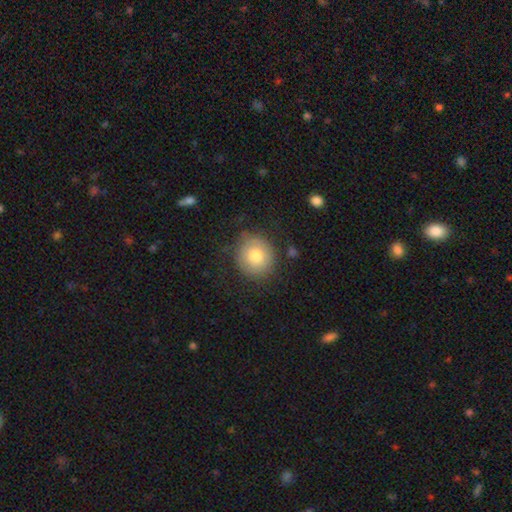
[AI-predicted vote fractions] Smooth or featured? Predicted: smooth (p=0.74). How rounded? Predicted: round (p=0.90). Merging? Predicted: none (p=0.76).